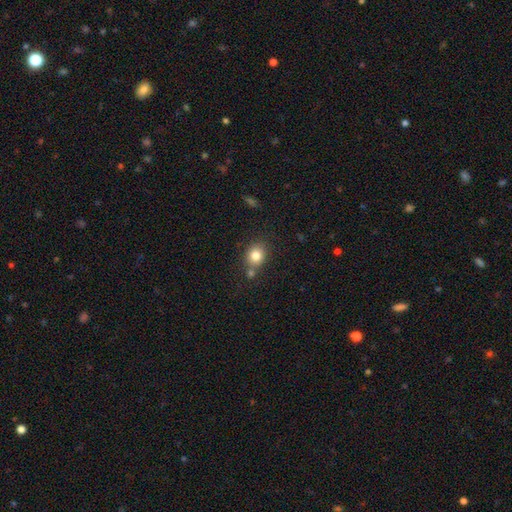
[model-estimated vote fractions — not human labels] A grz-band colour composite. It shows a smooth galaxy with no disk features (82%) that is round (68%). Merging: none (70%).